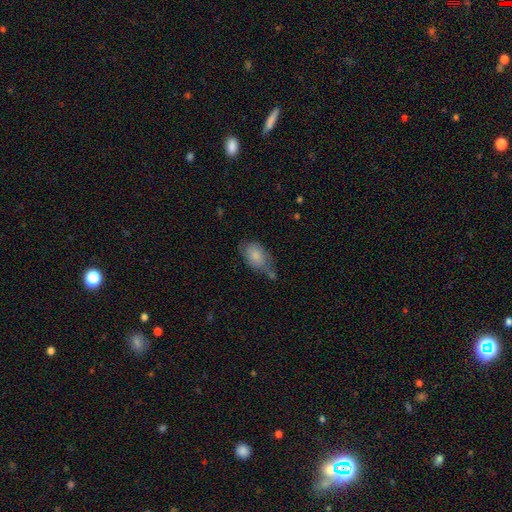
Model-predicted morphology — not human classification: smooth 71%, featured or disk 22%, star or artifact 7%. Down the decision tree: how rounded — in between (89%); merging — none (37%).